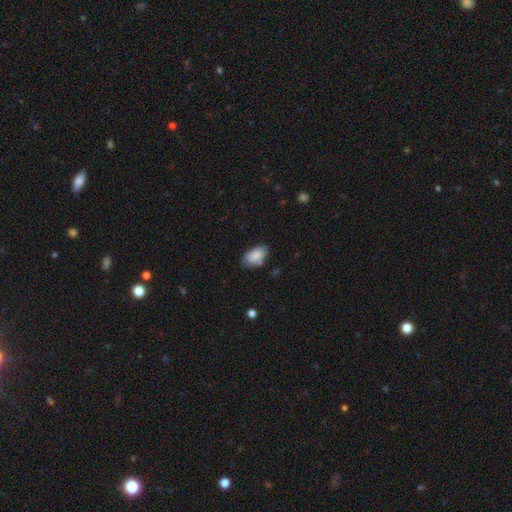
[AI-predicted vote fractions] Morphology: type=smooth (86%); roundness=in between (94%); merging=none (68%).